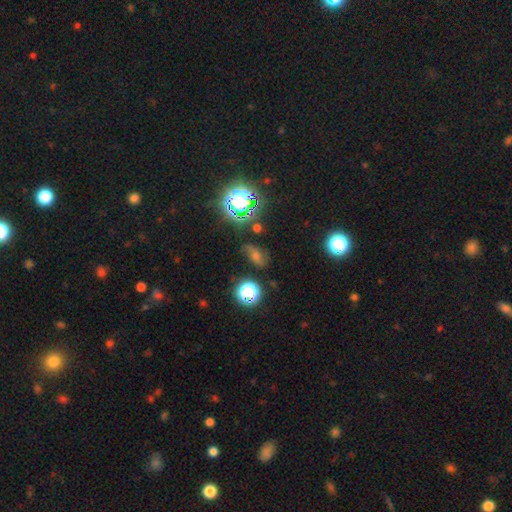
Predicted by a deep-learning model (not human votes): smooth-or-featured: star or artifact: 41% | smooth: 34% | featured or disk: 25%